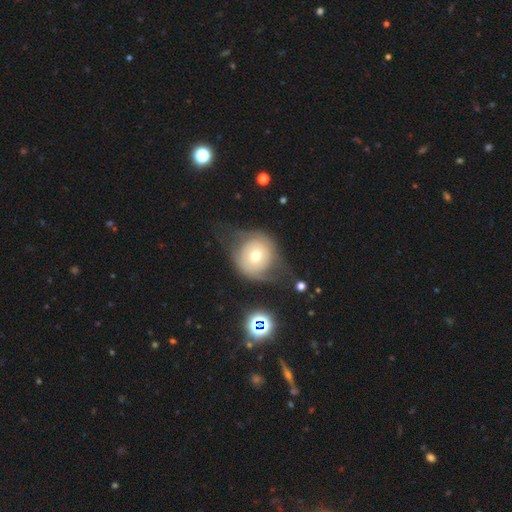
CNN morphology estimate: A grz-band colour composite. It shows a featured or disk galaxy (46%). Merging: none (45%).